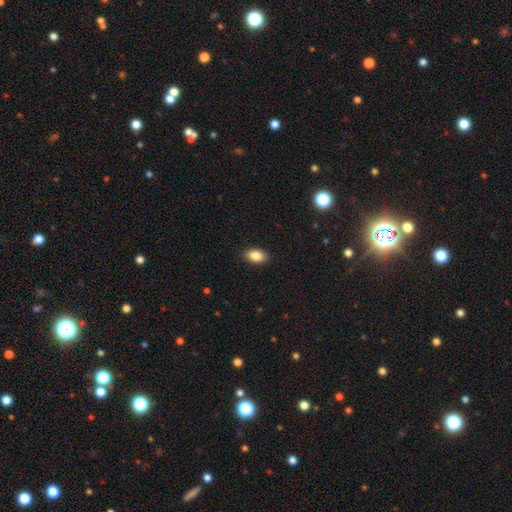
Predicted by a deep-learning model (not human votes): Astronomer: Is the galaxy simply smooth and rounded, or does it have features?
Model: smooth — 87%.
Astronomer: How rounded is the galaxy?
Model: in between — 90%.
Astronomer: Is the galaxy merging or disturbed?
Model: none — 89%.